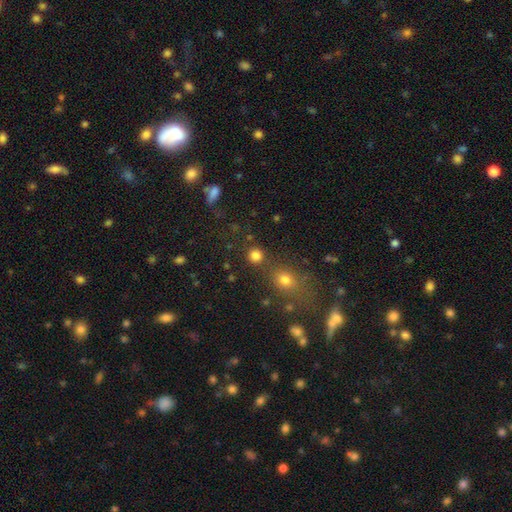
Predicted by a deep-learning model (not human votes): smooth-or-featured: smooth: 81% | star or artifact: 15% | featured or disk: 5%
  how-rounded: round: 91% | in between: 8% | cigar-shaped: 1%
  merging: none: 79% | merger: 11% | minor disturbance: 7% | major disturbance: 4%